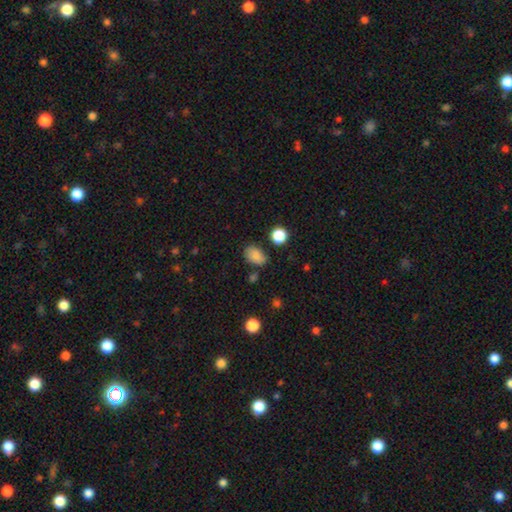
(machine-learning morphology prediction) This appears to be a smooth galaxy with no disk features (84%) that is in between round and cigar-shaped (83%). Merging: none (69%).